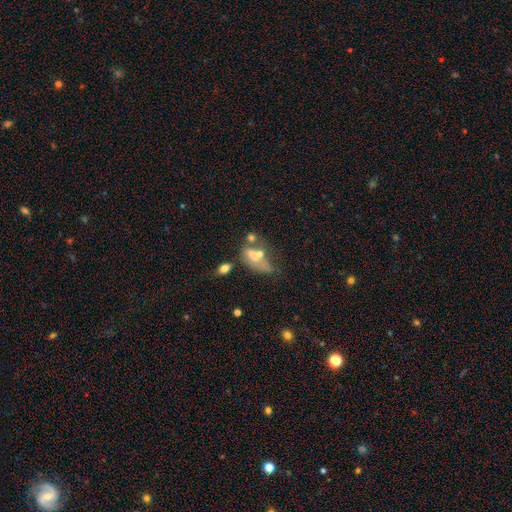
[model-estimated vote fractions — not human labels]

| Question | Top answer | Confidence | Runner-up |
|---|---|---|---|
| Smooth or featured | smooth | 55% | featured or disk (33%) |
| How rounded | in between | 83% | round (11%) |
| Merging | merger | 32% | major disturbance (29%) |